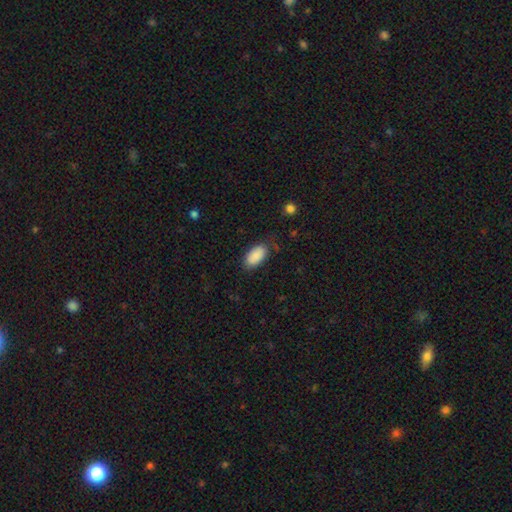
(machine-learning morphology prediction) A smooth galaxy with no disk features (89%) that is in between round and cigar-shaped (94%).

Vote fractions:
- Smooth or featured? smooth: 89% / star or artifact: 7% / featured or disk: 4%
- How rounded? in between: 94% / cigar-shaped: 3% / round: 3%
- Merging? none: 77% / minor disturbance: 16% / major disturbance: 5% / merger: 2%